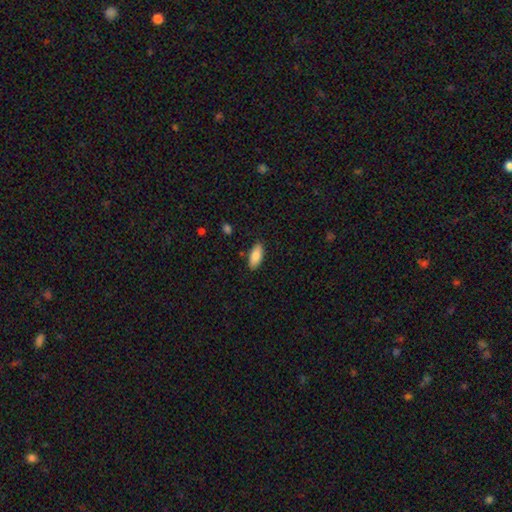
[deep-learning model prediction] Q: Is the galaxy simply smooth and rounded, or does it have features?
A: smooth — 85%.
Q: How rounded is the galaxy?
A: in between — 87%.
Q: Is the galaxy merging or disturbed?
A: none — 86%.